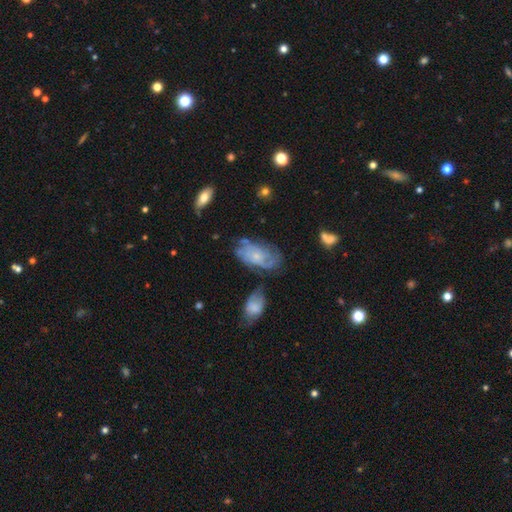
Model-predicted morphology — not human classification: type=featured or disk (67%); edge-on=no (95%); bar=no (79%); spiral arms=yes (83%); winding=tight (52%); arm count=can't tell (47%); bulge=small (71%); merging=none (51%).